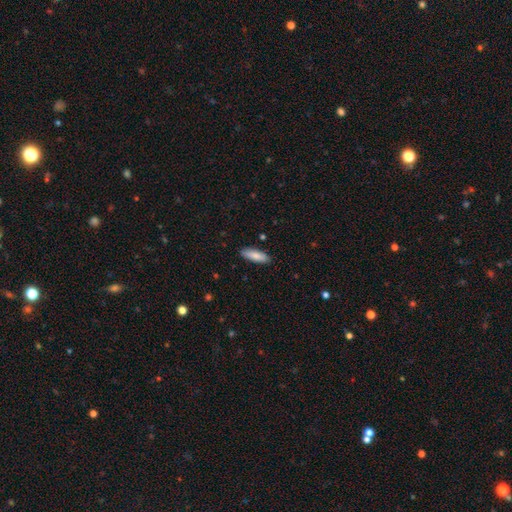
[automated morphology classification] This is clearly a smooth galaxy (85%). How rounded: possibly in between (56%). Merging: clearly none (88%).